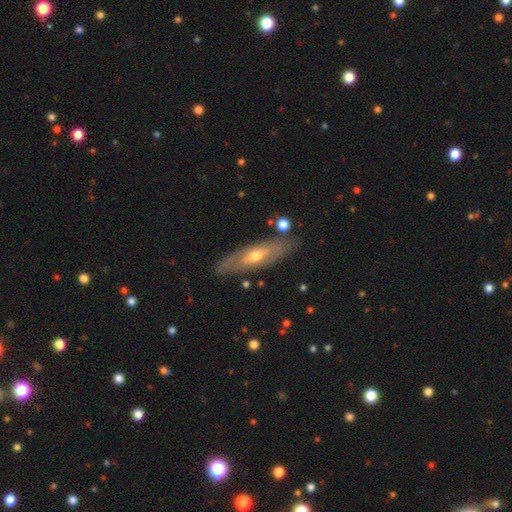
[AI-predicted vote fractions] Smooth or featured? Predicted: featured or disk (p=0.64). Edge-on disk? Predicted: no (p=0.59). Merging? Predicted: none (p=0.81).